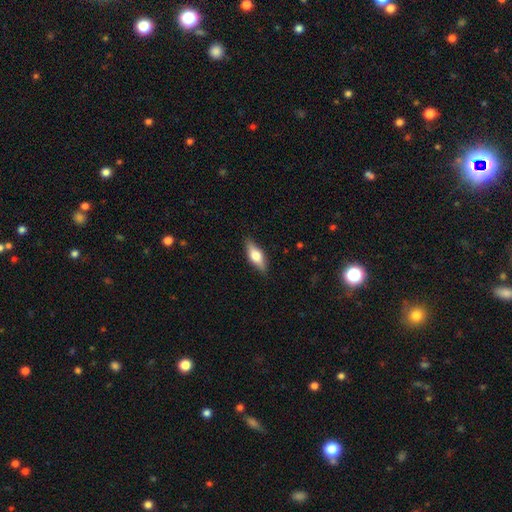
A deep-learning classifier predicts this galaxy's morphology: A smooth galaxy with no disk features (56%) that is in between round and cigar-shaped (65%).

Vote fractions:
- Smooth or featured? smooth: 56% / featured or disk: 38% / star or artifact: 6%
- How rounded? in between: 65% / cigar-shaped: 32% / round: 3%
- Merging? none: 87% / minor disturbance: 10% / major disturbance: 2% / merger: 1%